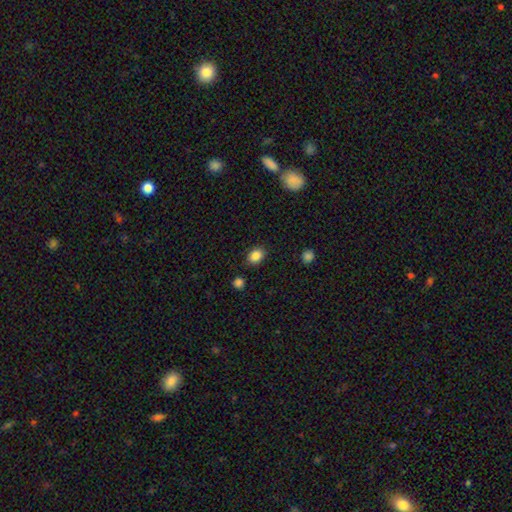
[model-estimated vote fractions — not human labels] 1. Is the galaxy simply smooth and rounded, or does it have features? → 86% smooth, 10% star or artifact, 5% featured or disk.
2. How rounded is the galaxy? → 62% in between, 37% round, 1% cigar-shaped.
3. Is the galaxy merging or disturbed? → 85% none, 10% minor disturbance, 3% major disturbance, 2% merger.